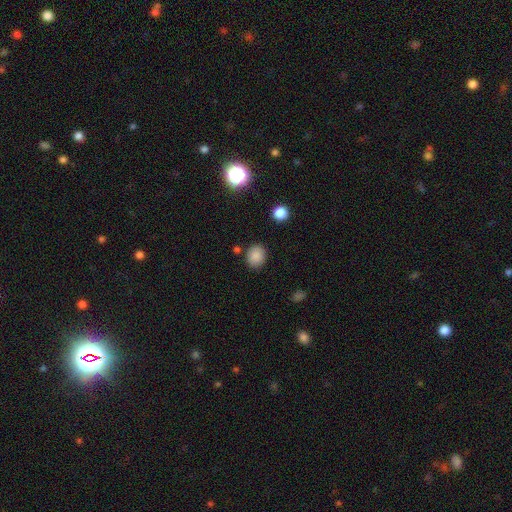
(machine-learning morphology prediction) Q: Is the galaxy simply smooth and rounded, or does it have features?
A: smooth — 86%.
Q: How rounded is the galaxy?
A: round — 57%.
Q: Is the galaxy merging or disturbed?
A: none — 84%.